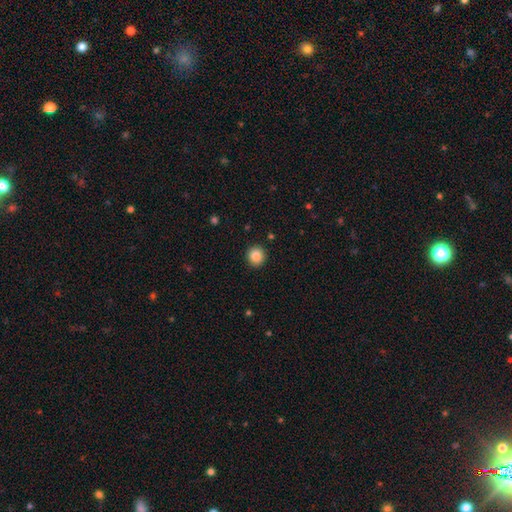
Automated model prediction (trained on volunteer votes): Smooth or featured? smooth (86%)
How rounded? round (92%)
Merging? none (92%)